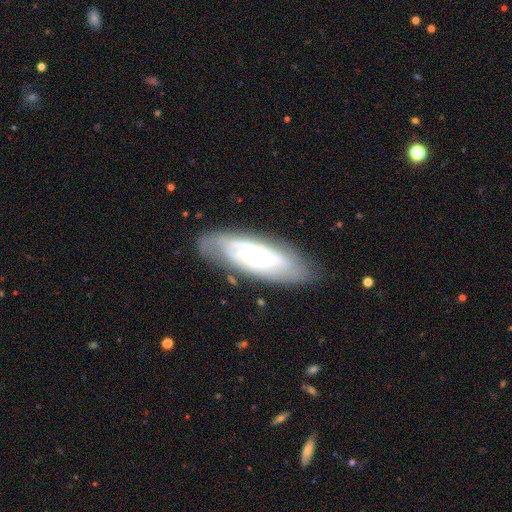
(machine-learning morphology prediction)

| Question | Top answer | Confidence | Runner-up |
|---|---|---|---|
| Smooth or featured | featured or disk | 73% | smooth (20%) |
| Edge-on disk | no | 83% | yes (17%) |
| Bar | no | 66% | weak (25%) |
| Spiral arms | yes | 82% | no (18%) |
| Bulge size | small | 70% | moderate (21%) |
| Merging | none | 75% | minor disturbance (17%) |